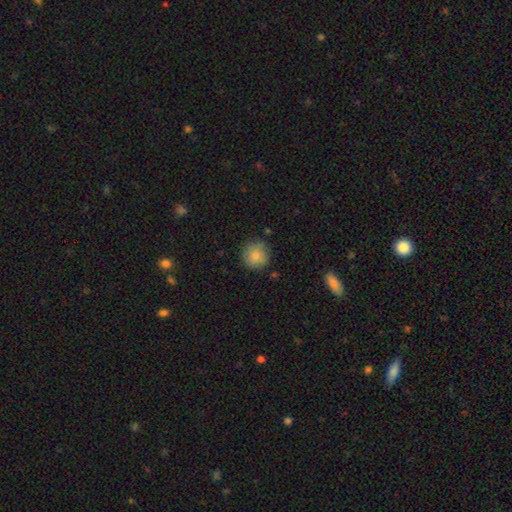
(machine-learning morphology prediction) Overall: smooth (84%). How rounded: round (94%). Merging: none (82%).